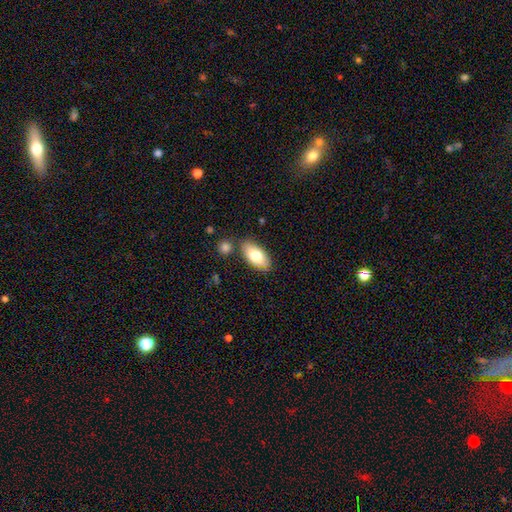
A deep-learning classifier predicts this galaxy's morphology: smooth-or-featured: smooth: 76% | featured or disk: 18% | star or artifact: 6%
  how-rounded: in between: 91% | cigar-shaped: 6% | round: 3%
  merging: none: 78% | minor disturbance: 12% | merger: 7% | major disturbance: 3%